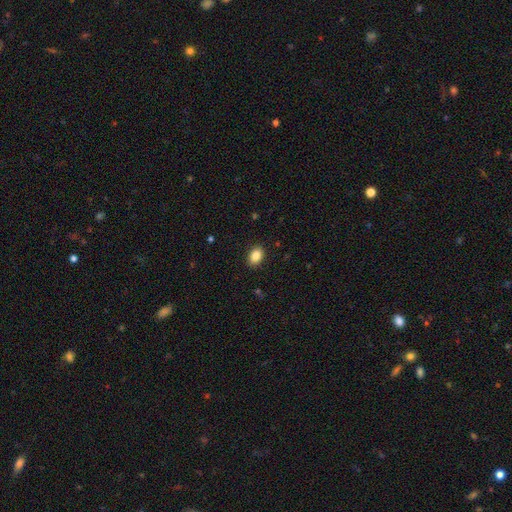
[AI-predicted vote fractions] This appears to be a smooth galaxy with no disk features (88%) that is in between round and cigar-shaped (84%). Merging: none (89%).